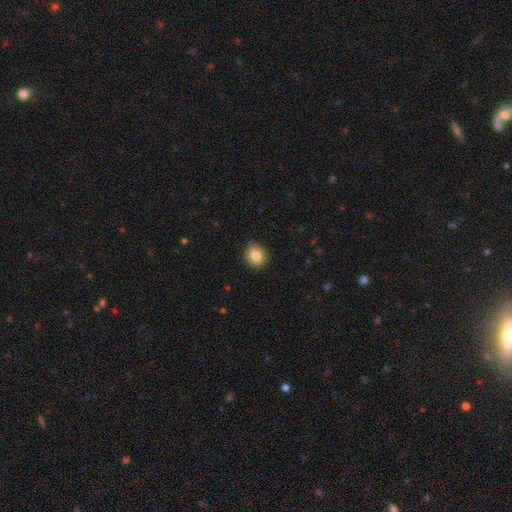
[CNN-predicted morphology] This appears to be a smooth galaxy with no disk features (83%) that is round (73%). Merging: none (84%).